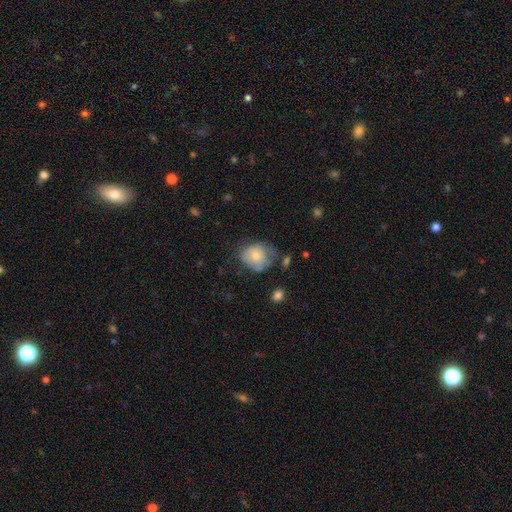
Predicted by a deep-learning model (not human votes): Smooth or featured? smooth (69%)
How rounded? round (62%)
Merging? none (42%)